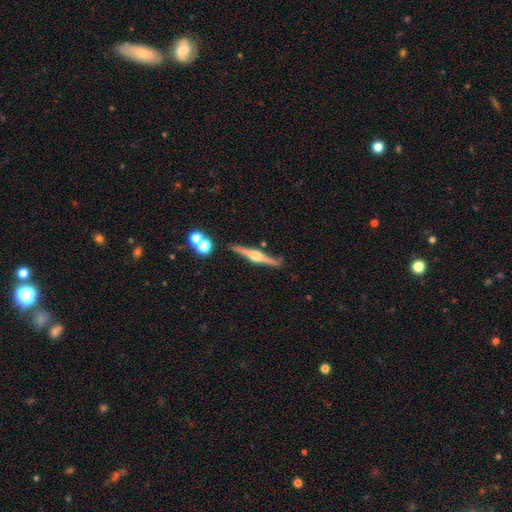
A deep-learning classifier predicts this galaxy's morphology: smooth_or_featured: featured or disk (p=0.81) [alt: smooth p=0.14]
disk_edge_on: yes (p=0.97) [alt: no p=0.03]
edge_on_bulge: rounded (p=0.94) [alt: boxy p=0.04]
merging: none (p=0.85) [alt: minor disturbance p=0.09]